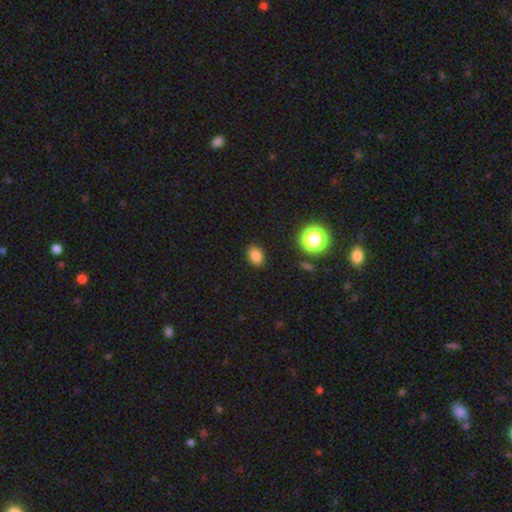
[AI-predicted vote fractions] A smooth galaxy with no disk features (82%) that is in between round and cigar-shaped (70%). Merging: none (86%).